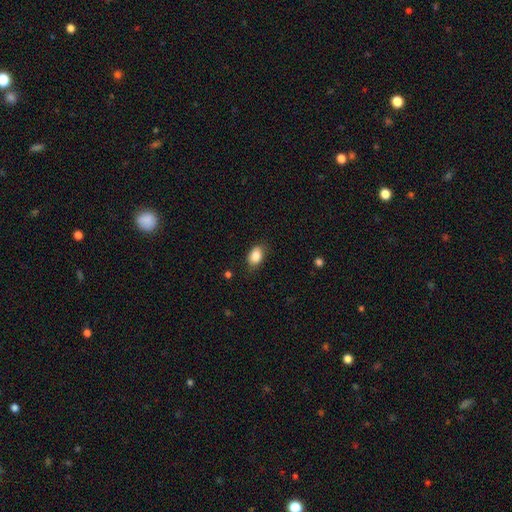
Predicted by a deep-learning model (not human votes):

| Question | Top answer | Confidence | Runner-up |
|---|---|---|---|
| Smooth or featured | smooth | 87% | star or artifact (7%) |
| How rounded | in between | 86% | round (13%) |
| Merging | none | 79% | minor disturbance (17%) |